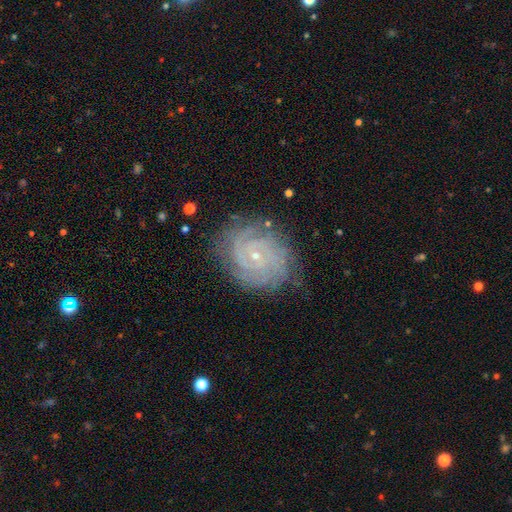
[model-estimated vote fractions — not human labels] Smooth or featured: featured or disk — 86% (star or artifact — 7%)
Edge-on disk: no — 97% (yes — 3%)
Bar: no — 69% (weak — 25%)
Spiral arms: yes — 98% (no — 2%)
Spiral winding: tight — 79% (medium — 18%)
Spiral arm count: 2 — 23% (tied with can't tell — 23%)
Bulge size: small — 84% (moderate — 13%)
Merging: none — 80% (minor disturbance — 15%)